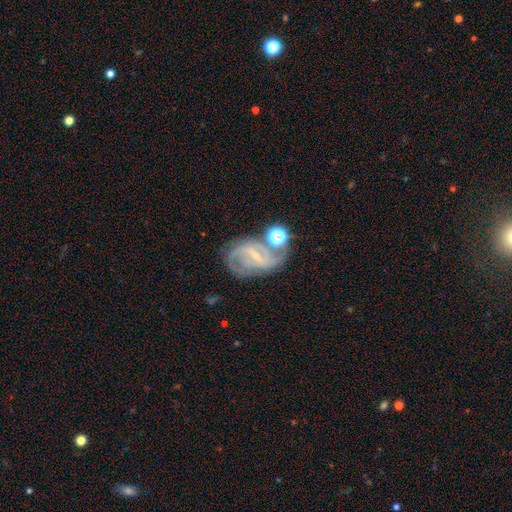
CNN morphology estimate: A featured or disk galaxy (83%) with a weak bar (44%), 2 (72%) medium (51%) spiral arms (95%) and a small central bulge (72%).

Vote fractions:
- Smooth or featured? featured or disk: 83% / star or artifact: 9% / smooth: 8%
- Edge-on disk? no: 97% / yes: 3%
- Bar? weak: 44% / strong: 42% / no: 14%
- Spiral arms? yes: 95% / no: 5%
- Spiral winding? medium: 51% / tight: 28% / loose: 20%
- Spiral arm count? 2: 72% / can't tell: 10% / 3: 10% / 1: 3% / 4: 3% / more than 4: 2%
- Bulge size? small: 72% / moderate: 16% / none: 10% / large: 1% / dominant: 1%
- Merging? none: 59% / minor disturbance: 17% / merger: 14% / major disturbance: 9%